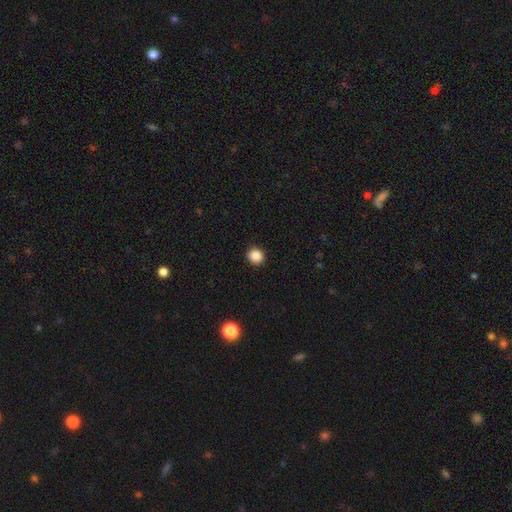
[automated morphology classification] Smooth or featured? Predicted: smooth (p=0.87). How rounded? Predicted: round (p=0.88). Merging? Predicted: none (p=0.92).